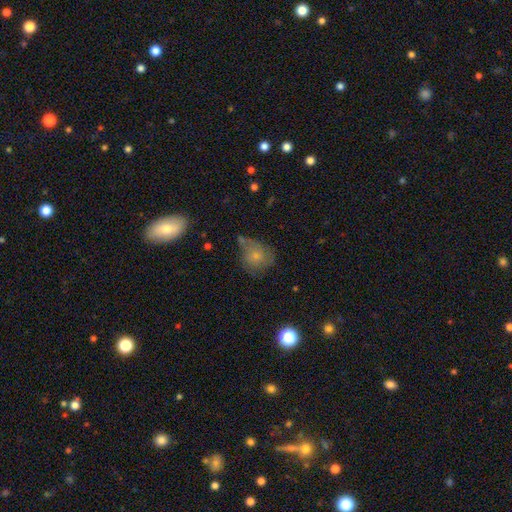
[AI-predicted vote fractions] Smooth or featured? smooth (66%)
How rounded? round (68%)
Merging? none (45%)